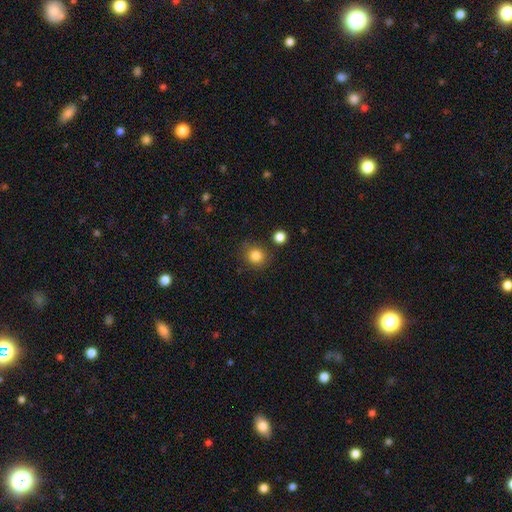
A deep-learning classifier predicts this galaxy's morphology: Smooth or featured: smooth — 84% (star or artifact — 11%)
How rounded: round — 88% (in between — 11%)
Merging: none — 82% (minor disturbance — 10%)